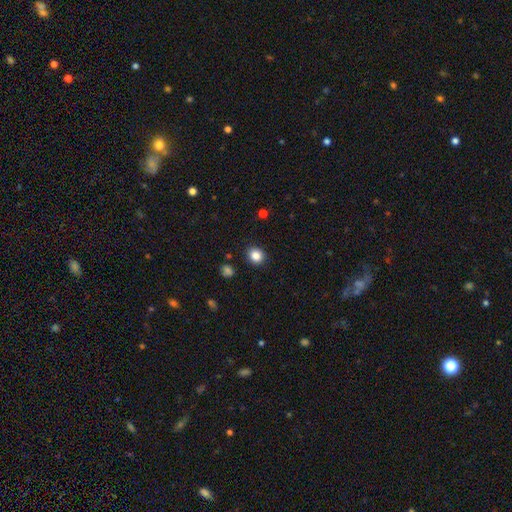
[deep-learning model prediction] Smooth or featured? Predicted: smooth (p=0.85). How rounded? Predicted: round (p=0.75). Merging? Predicted: none (p=0.90).